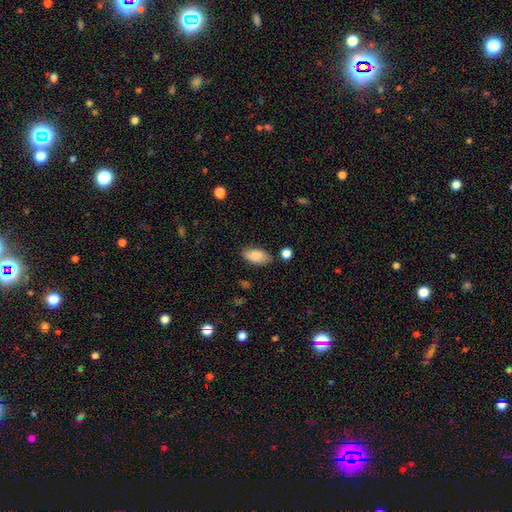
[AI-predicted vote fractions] smooth-or-featured: smooth: 86% | featured or disk: 8% | star or artifact: 7%
  how-rounded: in between: 92% | cigar-shaped: 5% | round: 3%
  merging: none: 81% | minor disturbance: 13% | merger: 3% | major disturbance: 3%